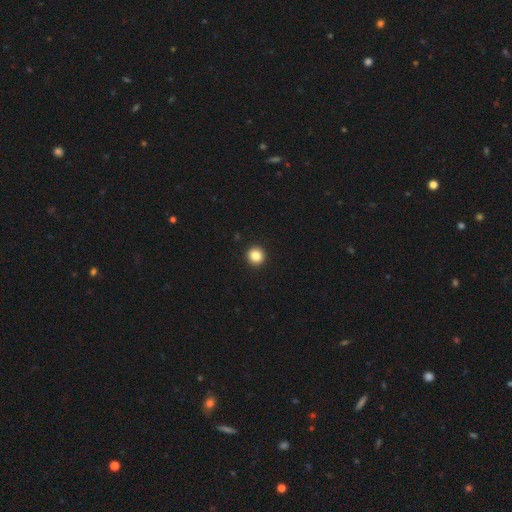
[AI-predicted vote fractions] Smooth or featured: smooth — 85% (star or artifact — 10%)
How rounded: round — 94% (in between — 5%)
Merging: none — 94% (minor disturbance — 4%)